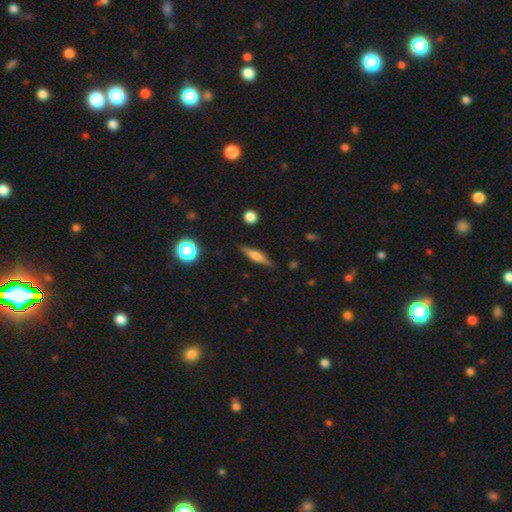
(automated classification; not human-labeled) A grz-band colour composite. It shows a featured or disk galaxy (57%) viewed edge-on (96%) with a rounded central bulge (72%). Merging: none (88%).